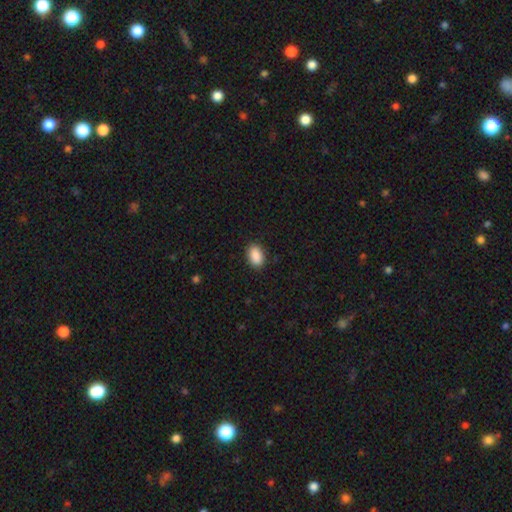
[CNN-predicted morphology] Overall: smooth (90%). How rounded: in between (90%). Merging: none (89%).